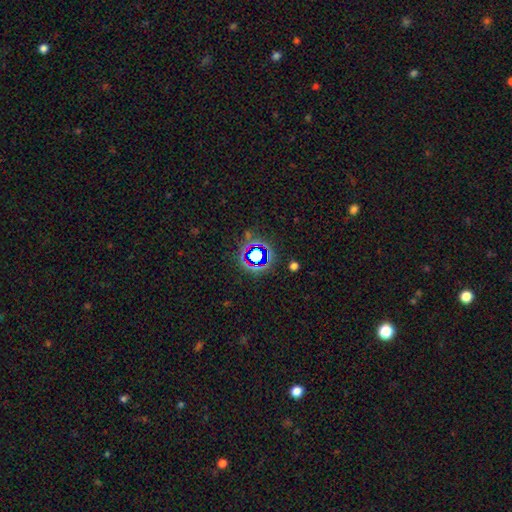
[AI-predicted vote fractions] Smooth or featured: star or artifact — 69% (smooth — 20%)